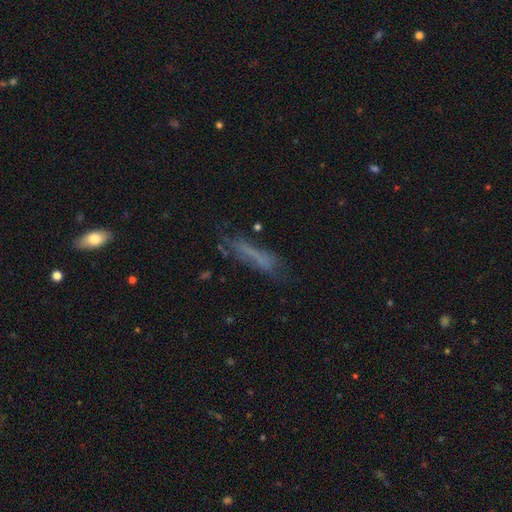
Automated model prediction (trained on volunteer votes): smooth-or-featured: smooth: 54% | featured or disk: 32% | star or artifact: 15%
  how-rounded: cigar-shaped: 80% | in between: 18% | round: 2%
  merging: none: 57% | minor disturbance: 24% | major disturbance: 15% | merger: 4%